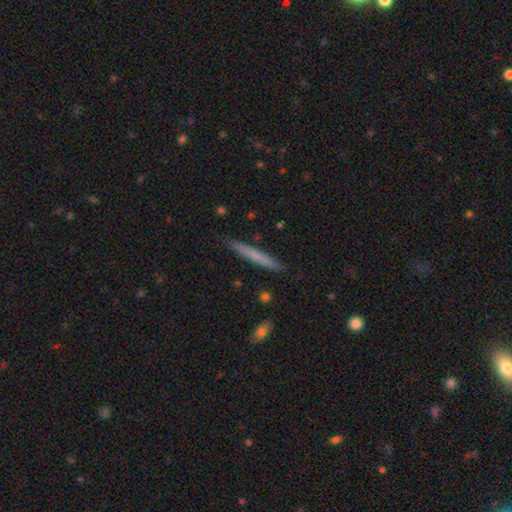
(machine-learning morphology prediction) Overall: smooth (64%; featured or disk 31%). How rounded: cigar-shaped (97%). Merging: none (89%).